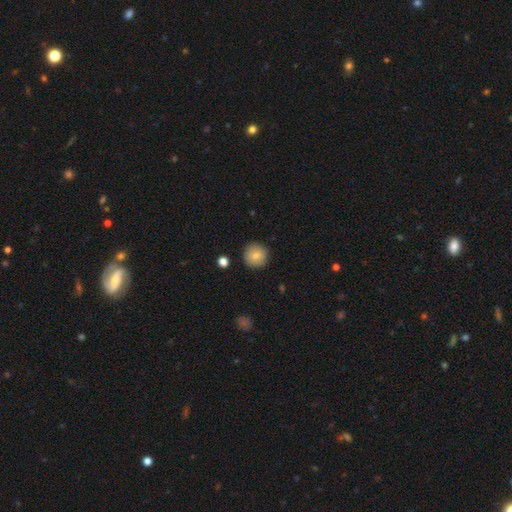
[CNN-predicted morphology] Overall: smooth (82%). How rounded: round (95%). Merging: none (90%).